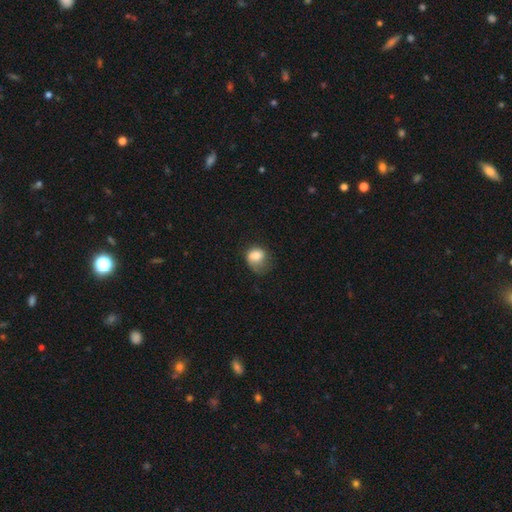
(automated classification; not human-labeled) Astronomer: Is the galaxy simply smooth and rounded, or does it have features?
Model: smooth — 75%.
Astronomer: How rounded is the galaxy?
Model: round — 54% (runner-up: in between, 45%).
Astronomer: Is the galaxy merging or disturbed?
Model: major disturbance — 34% (runner-up: none, 32%).